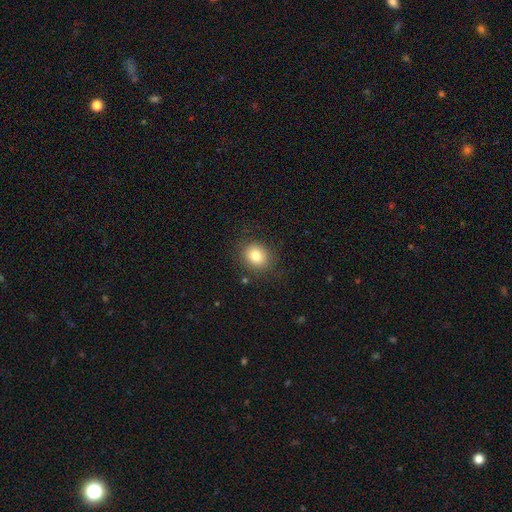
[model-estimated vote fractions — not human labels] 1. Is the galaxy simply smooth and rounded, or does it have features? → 81% smooth, 11% star or artifact, 9% featured or disk.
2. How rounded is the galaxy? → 67% round, 32% in between, 1% cigar-shaped.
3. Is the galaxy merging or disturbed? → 86% none, 10% minor disturbance, 3% major disturbance, 1% merger.